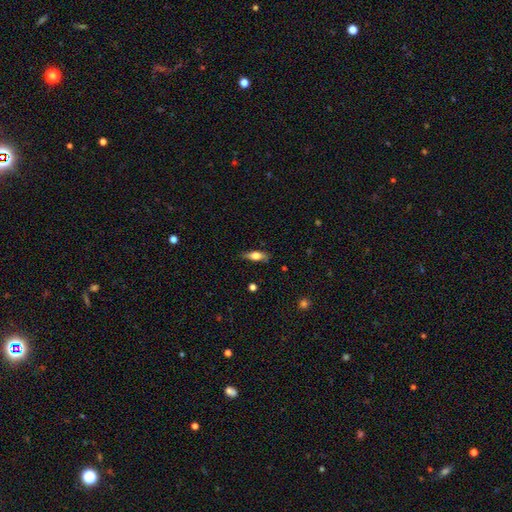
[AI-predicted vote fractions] smooth 61%, featured or disk 32%, star or artifact 7%. Down the decision tree: how rounded — in between (59%); merging — none (75%).